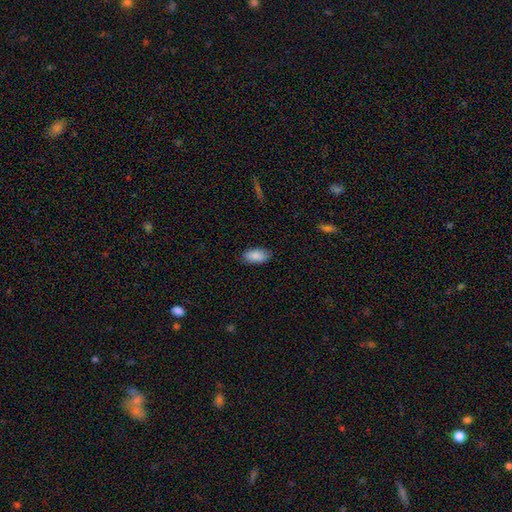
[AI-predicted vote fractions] Overall: smooth (89%). How rounded: in between (92%). Merging: none (85%).